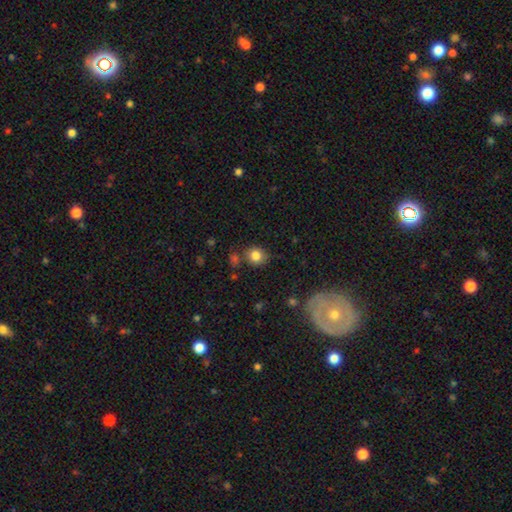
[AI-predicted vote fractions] Smooth or featured? smooth (82%)
How rounded? round (80%)
Merging? none (77%)